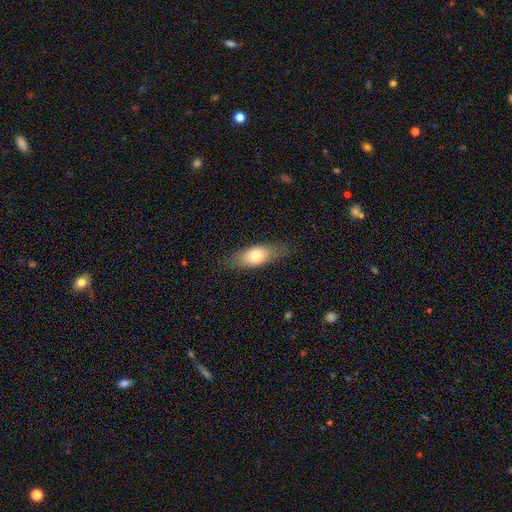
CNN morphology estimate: Overall: smooth (73%). How rounded: in between (72%). Merging: none (80%).